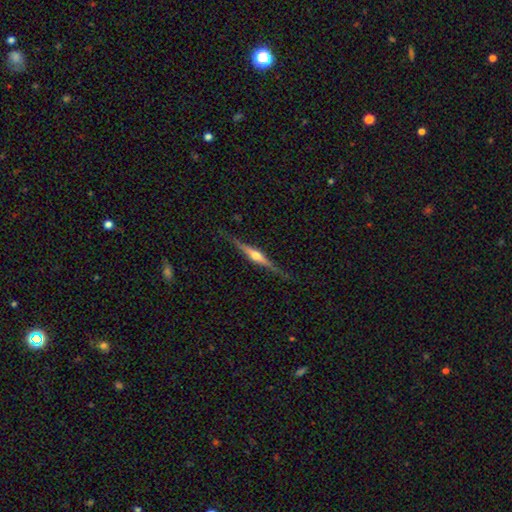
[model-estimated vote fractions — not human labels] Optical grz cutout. It shows a featured or disk galaxy (80%) viewed edge-on (98%) with a rounded central bulge (92%). Merging: none (86%).